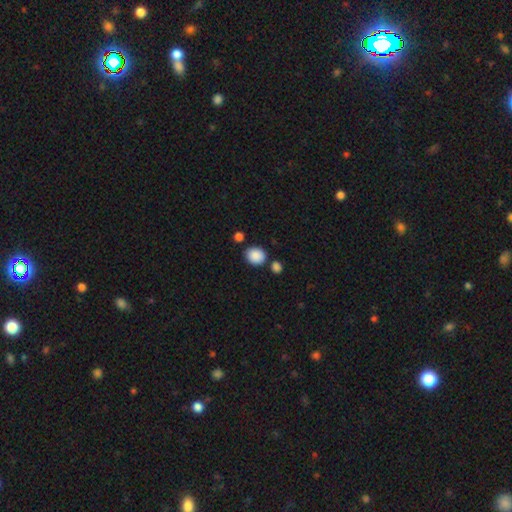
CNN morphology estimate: Overall: smooth (88%). How rounded: round (61%; in between 38%). Merging: none (76%).